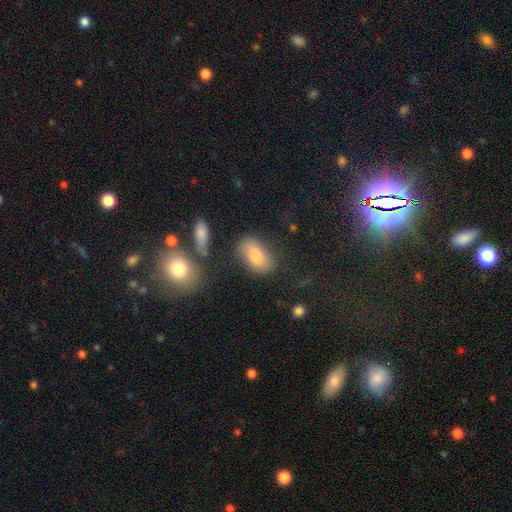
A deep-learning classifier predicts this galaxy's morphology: Smooth or featured?
  - smooth: 78% *
  - featured or disk: 14%
  - star or artifact: 8%
How rounded?
  - in between: 91% *
  - round: 6%
  - cigar-shaped: 3%
Merging?
  - none: 66% *
  - minor disturbance: 20%
  - major disturbance: 7%
  - merger: 7%